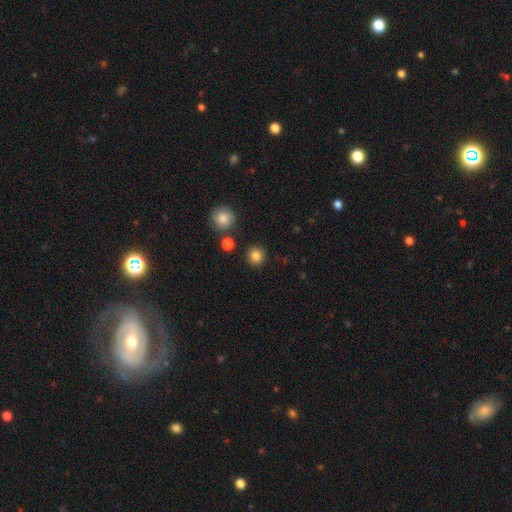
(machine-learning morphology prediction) The model was most divided on "smooth or featured": smooth: 85%, star or artifact: 11%, featured or disk: 4%. More confident: how rounded — round (93%); merging — none (89%).